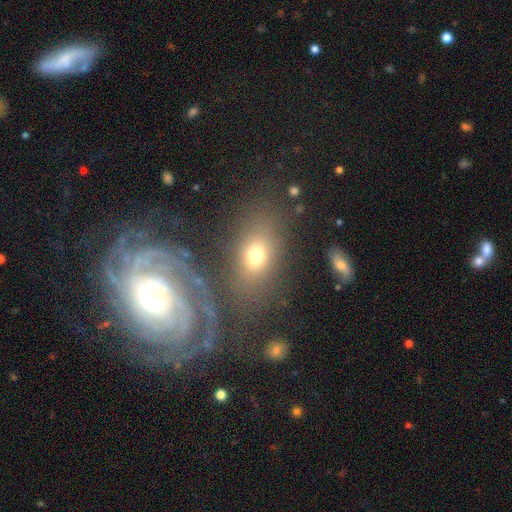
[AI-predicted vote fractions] Smooth or featured?
  - smooth: 63% *
  - featured or disk: 24%
  - star or artifact: 13%
How rounded?
  - in between: 75% *
  - round: 21%
  - cigar-shaped: 4%
Merging?
  - none: 65% *
  - minor disturbance: 15%
  - merger: 11%
  - major disturbance: 9%